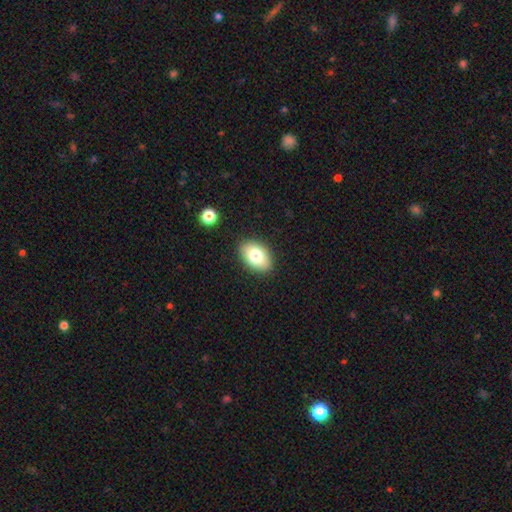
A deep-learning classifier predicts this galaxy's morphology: Q: Smooth or featured?
A: smooth (78%); runner-up: featured or disk (14%)
Q: How rounded?
A: in between (88%); runner-up: round (11%)
Q: Merging?
A: none (87%); runner-up: minor disturbance (9%)